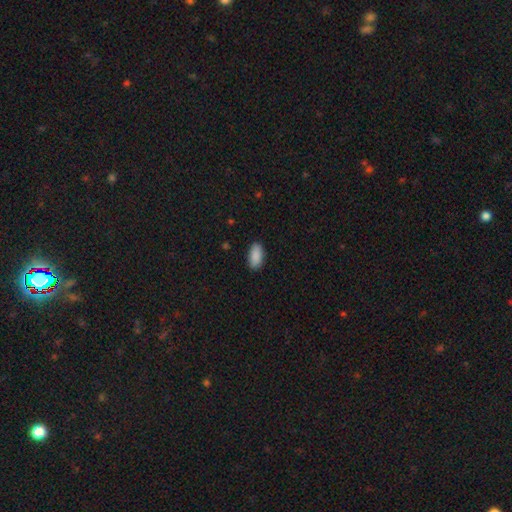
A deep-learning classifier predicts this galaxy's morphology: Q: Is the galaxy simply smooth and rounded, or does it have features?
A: smooth — 90%.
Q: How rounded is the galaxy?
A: in between — 93%.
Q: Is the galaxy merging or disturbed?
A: none — 88%.